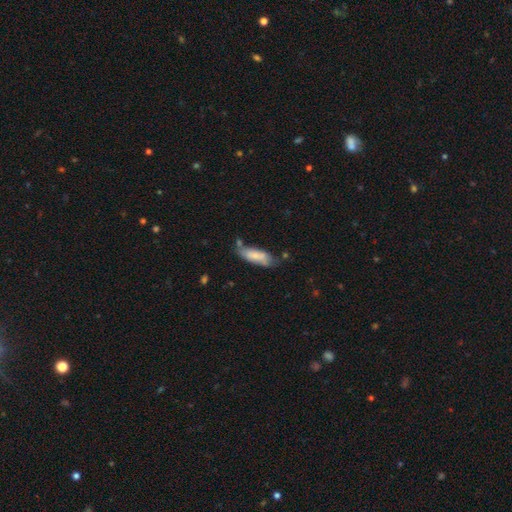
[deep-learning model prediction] The model was most divided on "merging": none: 49%, minor disturbance: 29%, merger: 13%, major disturbance: 9%. More confident: smooth or featured — smooth (73%); how rounded — in between (63%).